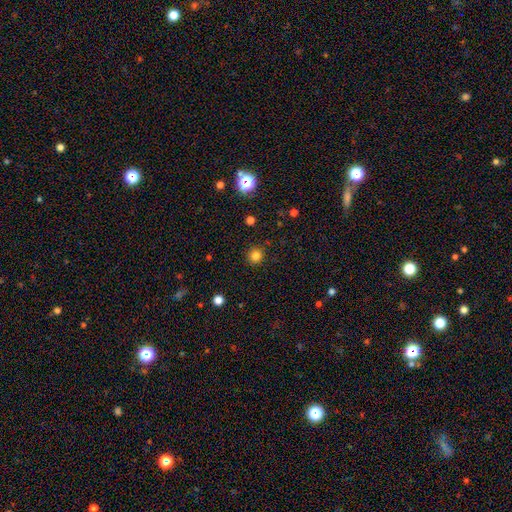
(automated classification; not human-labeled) Smooth or featured? Predicted: smooth (p=0.81). How rounded? Predicted: round (p=0.90). Merging? Predicted: none (p=0.89).